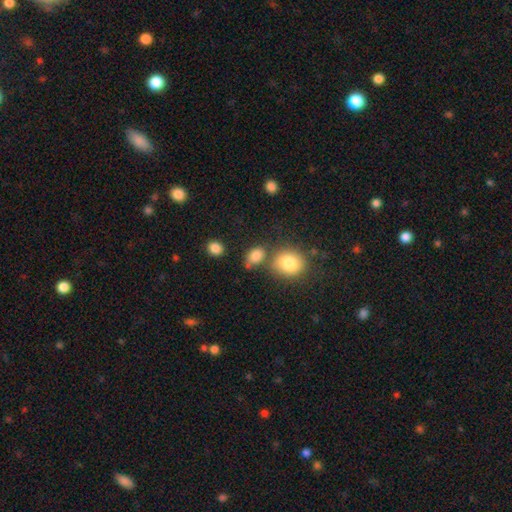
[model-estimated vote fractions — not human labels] This appears to be a smooth galaxy with no disk features (83%) that is in between round and cigar-shaped (65%). Merging: none (61%).